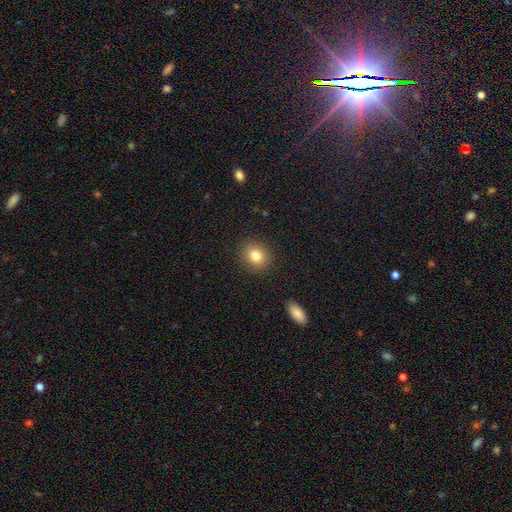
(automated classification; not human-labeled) The model was most divided on "how rounded": round: 72%, in between: 27%, cigar-shaped: 1%. More confident: merging — none (89%); smooth or featured — smooth (82%).